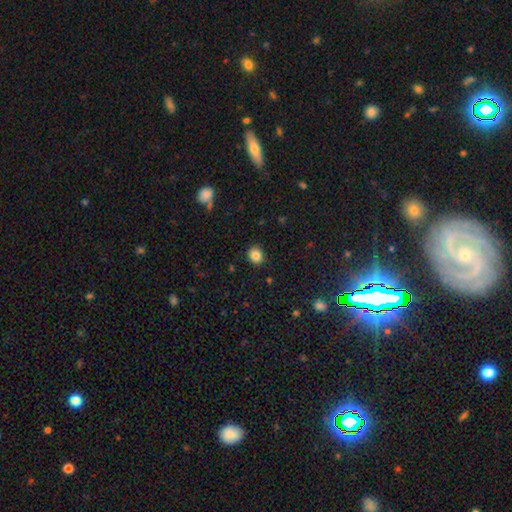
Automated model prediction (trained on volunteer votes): Q: Smooth or featured?
A: smooth (84%); runner-up: star or artifact (10%)
Q: How rounded?
A: round (70%); runner-up: in between (30%)
Q: Merging?
A: none (88%); runner-up: minor disturbance (8%)